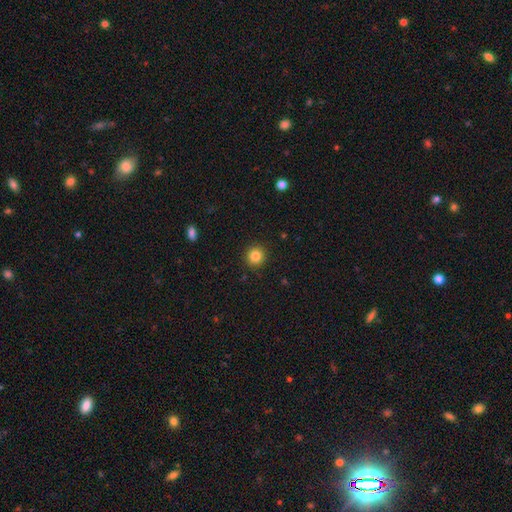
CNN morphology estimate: Smooth or featured?
  - smooth: 84% *
  - star or artifact: 11%
  - featured or disk: 5%
How rounded?
  - round: 93% *
  - in between: 6%
  - cigar-shaped: 1%
Merging?
  - none: 92% *
  - minor disturbance: 6%
  - major disturbance: 2%
  - merger: 1%